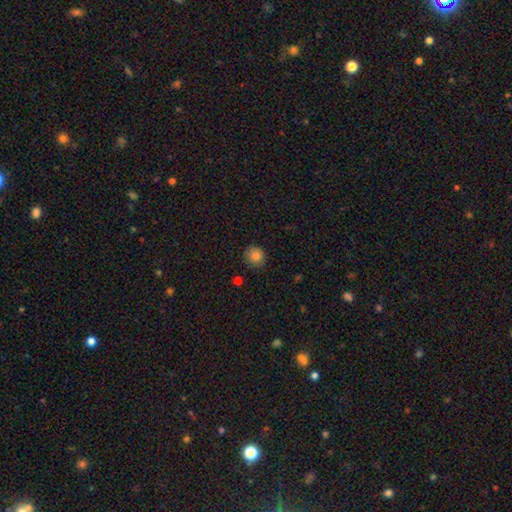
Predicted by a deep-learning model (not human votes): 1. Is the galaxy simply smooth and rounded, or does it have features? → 84% smooth, 11% star or artifact, 5% featured or disk.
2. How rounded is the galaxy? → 89% round, 10% in between, 1% cigar-shaped.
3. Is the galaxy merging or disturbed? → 84% none, 12% minor disturbance, 2% major disturbance, 1% merger.